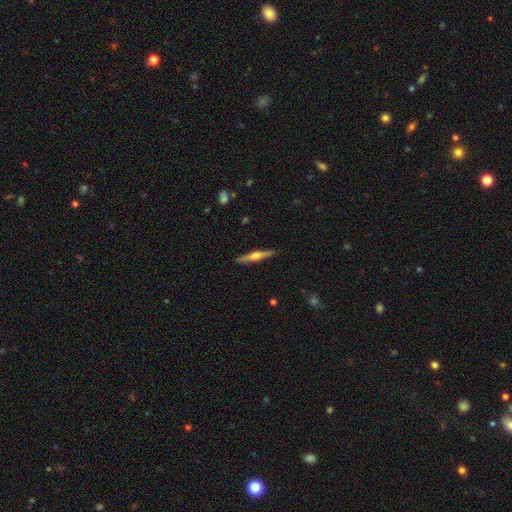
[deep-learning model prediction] Smooth or featured? featured or disk (64%)
Edge-on disk? yes (97%)
Edge-on bulge? rounded (85%)
Merging? none (90%)